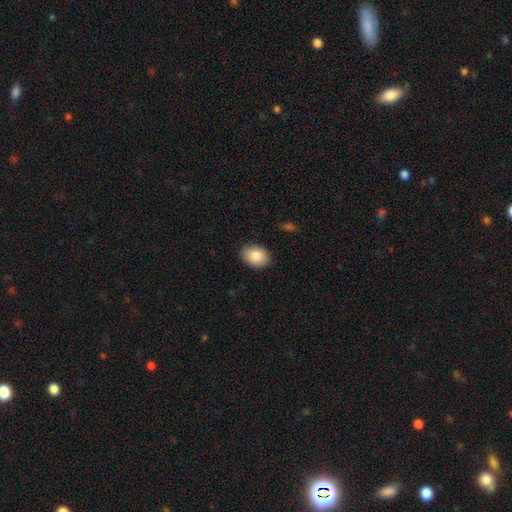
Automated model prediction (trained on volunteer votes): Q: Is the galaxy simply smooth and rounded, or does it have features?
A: smooth — 86%.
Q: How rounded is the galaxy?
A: in between — 70%.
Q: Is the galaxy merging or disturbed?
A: none — 89%.